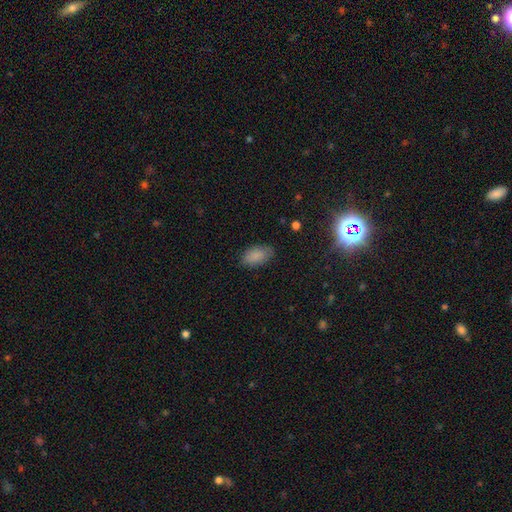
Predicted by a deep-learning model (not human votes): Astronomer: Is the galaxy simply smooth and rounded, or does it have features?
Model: smooth — 86%.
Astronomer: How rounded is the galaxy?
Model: in between — 93%.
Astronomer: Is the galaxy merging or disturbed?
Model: none — 80%.